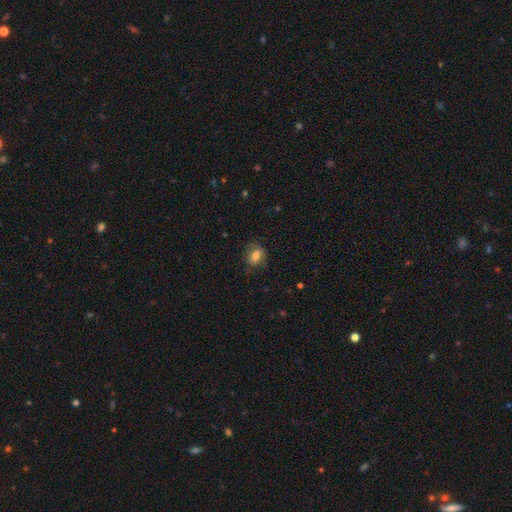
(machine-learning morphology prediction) smooth-or-featured: smooth: 76% | featured or disk: 14% | star or artifact: 10%
  how-rounded: in between: 62% | round: 36% | cigar-shaped: 2%
  merging: none: 71% | minor disturbance: 21% | major disturbance: 7% | merger: 1%